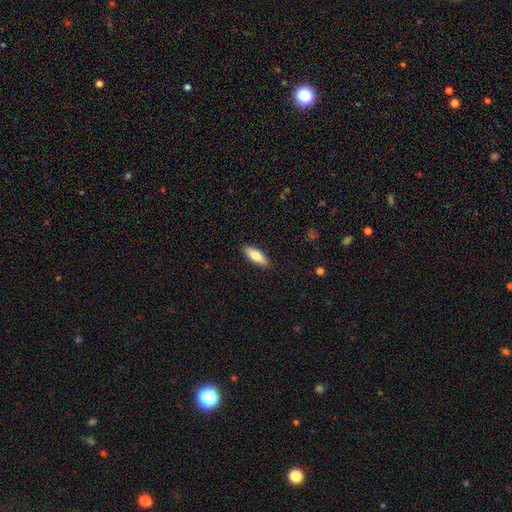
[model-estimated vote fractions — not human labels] smooth-or-featured: smooth: 76% | featured or disk: 18% | star or artifact: 6%
  how-rounded: in between: 55% | cigar-shaped: 43% | round: 2%
  merging: none: 90% | minor disturbance: 8% | major disturbance: 2% | merger: 1%